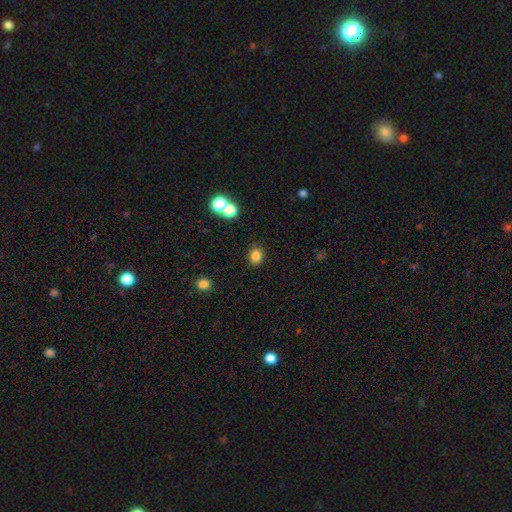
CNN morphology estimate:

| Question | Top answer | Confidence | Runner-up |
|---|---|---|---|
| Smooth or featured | smooth | 82% | star or artifact (13%) |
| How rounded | round | 61% | in between (38%) |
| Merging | none | 86% | minor disturbance (8%) |